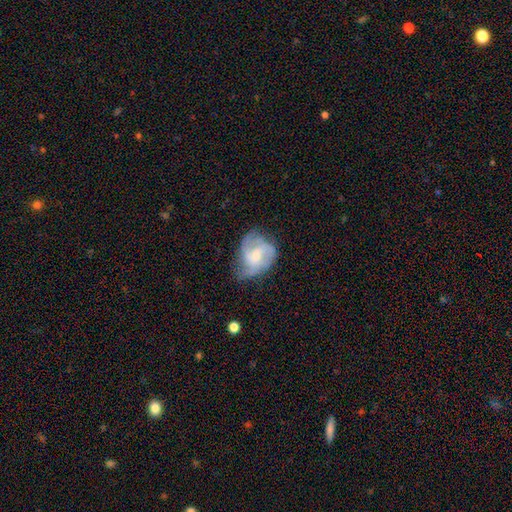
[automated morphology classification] The model was most divided on "bulge size": small: 42%, moderate: 41%, none: 11%, large: 5%, dominant: 1%. Remaining: edge-on disk — no (98%); spiral arms — yes (85%); smooth or featured — featured or disk (68%); bar — no (55%); spiral winding — medium (47%); merging — none (47%); spiral arm count — 3 (31%).